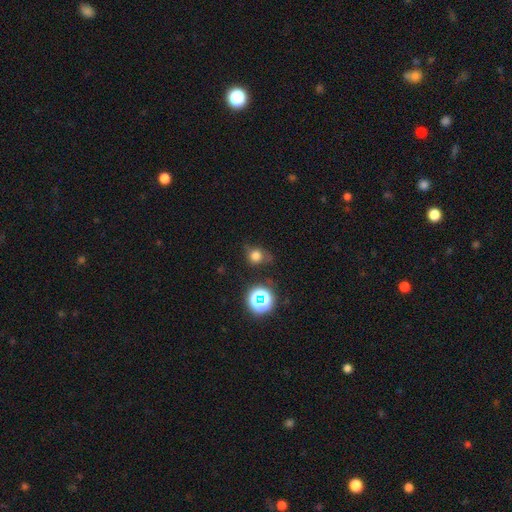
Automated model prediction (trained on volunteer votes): Smooth or featured: smooth — 72% (star or artifact — 19%)
How rounded: round — 81% (in between — 17%)
Merging: none — 59% (minor disturbance — 27%)